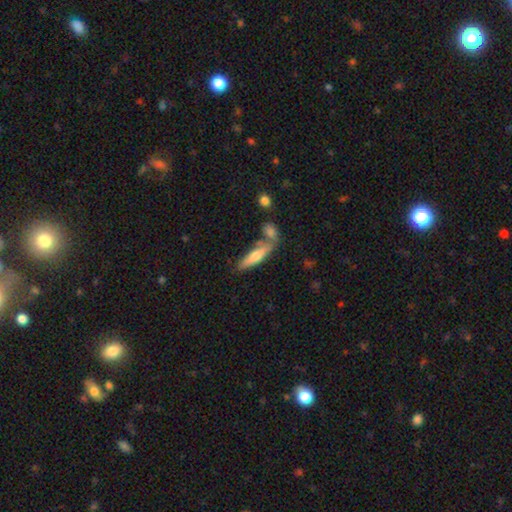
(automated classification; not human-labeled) This appears to be a smooth galaxy with no disk features (60%) that is cigar-shaped (73%). Merging: none (62%).